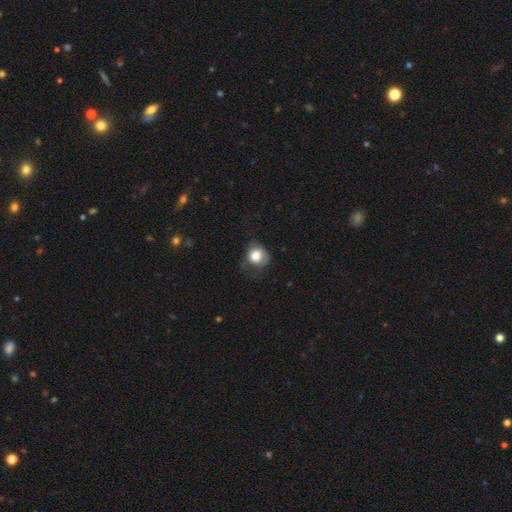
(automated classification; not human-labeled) Smooth or featured?
  - smooth: 78% *
  - featured or disk: 12%
  - star or artifact: 9%
How rounded?
  - round: 71% *
  - in between: 28%
  - cigar-shaped: 1%
Merging?
  - none: 45% *
  - minor disturbance: 33%
  - major disturbance: 20%
  - merger: 2%